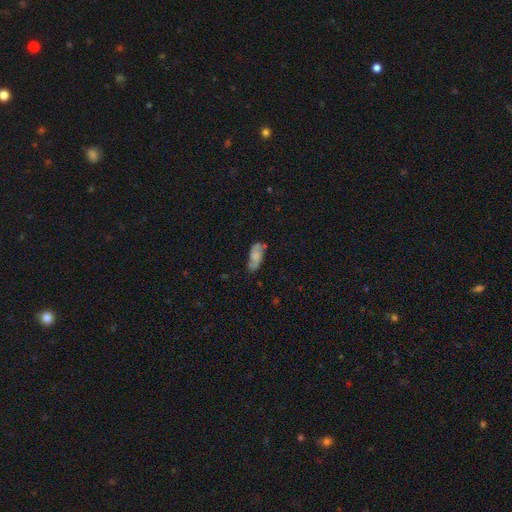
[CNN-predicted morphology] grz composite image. It shows a smooth galaxy with no disk features (50%). Merging: none (64%).